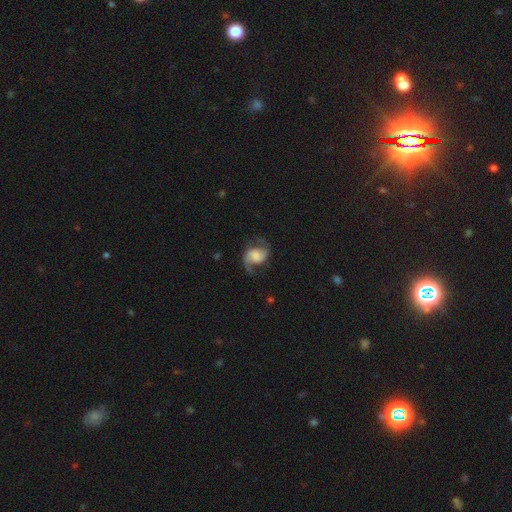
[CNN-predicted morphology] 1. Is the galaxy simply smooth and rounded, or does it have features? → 82% featured or disk, 12% smooth, 6% star or artifact.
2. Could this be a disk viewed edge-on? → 98% no, 2% yes.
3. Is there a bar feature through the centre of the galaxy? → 54% no, 36% weak, 10% strong.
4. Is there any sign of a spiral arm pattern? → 96% yes, 4% no.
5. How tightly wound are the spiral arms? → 50% loose, 40% medium, 10% tight.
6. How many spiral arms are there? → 91% 2, 4% 1, 2% can't tell, 1% 3, 1% 4, 1% more than 4.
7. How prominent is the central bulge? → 25% none, 24% large, 23% moderate, 22% small, 6% dominant.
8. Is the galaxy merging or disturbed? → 70% none, 17% minor disturbance, 11% major disturbance, 2% merger.